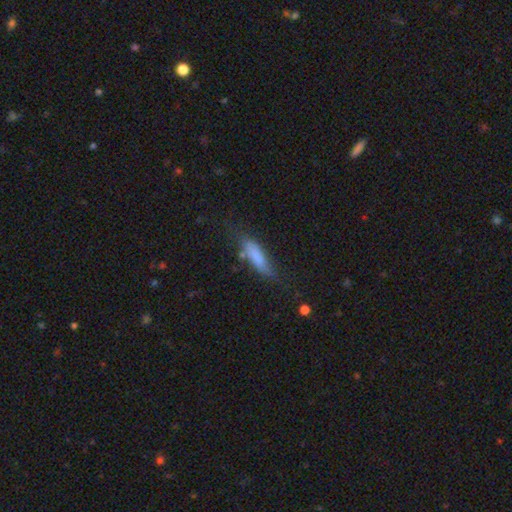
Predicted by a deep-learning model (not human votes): smooth-or-featured: smooth: 75% | featured or disk: 17% | star or artifact: 8%
  how-rounded: cigar-shaped: 62% | in between: 36% | round: 2%
  merging: none: 57% | minor disturbance: 28% | major disturbance: 10% | merger: 5%